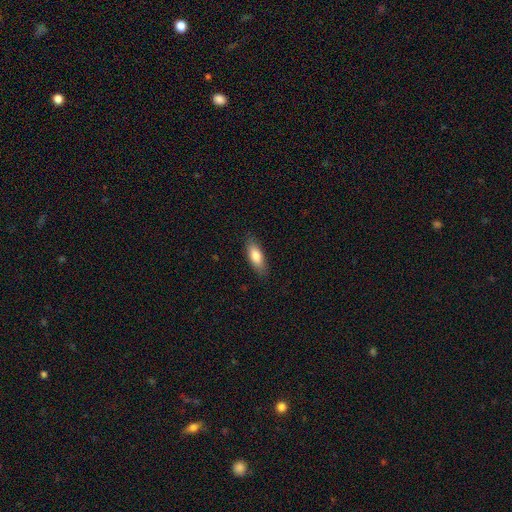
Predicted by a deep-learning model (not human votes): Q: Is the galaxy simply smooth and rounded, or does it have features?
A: smooth — 81%.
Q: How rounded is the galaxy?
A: in between — 72%.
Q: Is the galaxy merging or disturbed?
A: none — 85%.